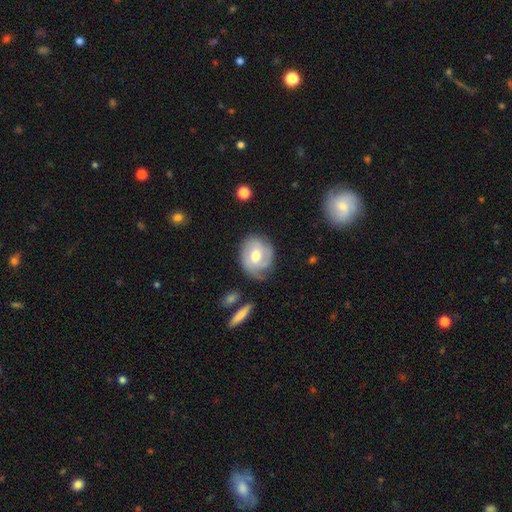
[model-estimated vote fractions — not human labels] A featured or disk galaxy (65%) with no bar (55%), 2 (41%) tight (52%) spiral arms (86%) and a moderate central bulge (74%). Merging: none (65%).